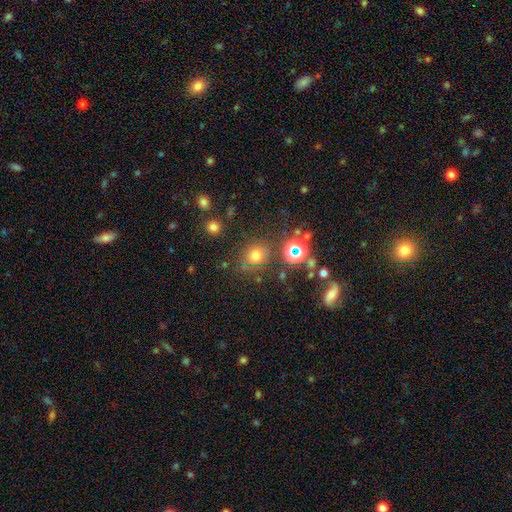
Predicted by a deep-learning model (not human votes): The model was most divided on "smooth or featured": smooth: 66%, star or artifact: 24%, featured or disk: 10%. More confident: merging — none (76%); how rounded — round (74%).